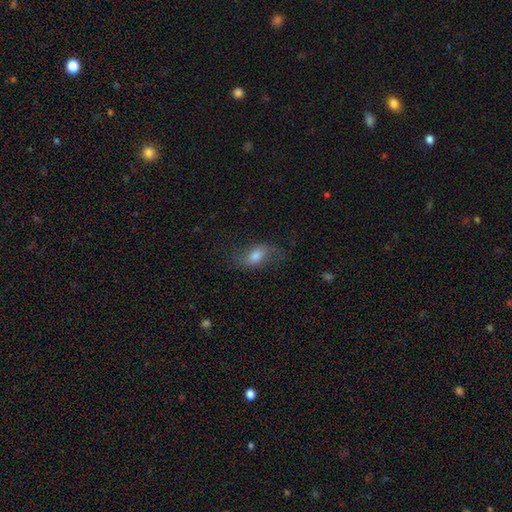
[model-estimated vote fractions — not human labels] Smooth or featured?
  - smooth: 53% *
  - featured or disk: 36%
  - star or artifact: 11%
How rounded?
  - in between: 83% *
  - round: 12%
  - cigar-shaped: 5%
Merging?
  - none: 64% *
  - minor disturbance: 21%
  - major disturbance: 13%
  - merger: 2%